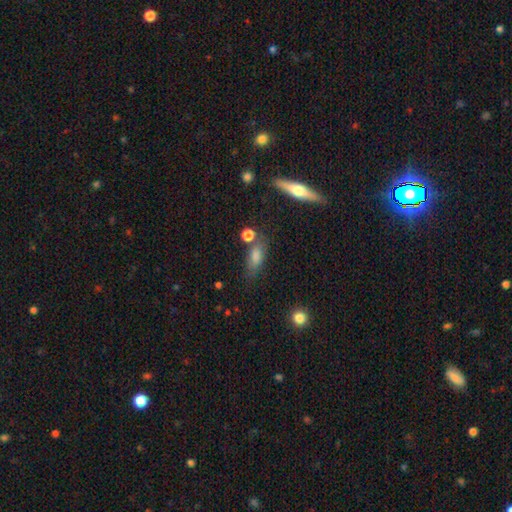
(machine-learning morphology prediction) Smooth or featured? smooth (67%)
How rounded? in between (64%)
Merging? none (66%)